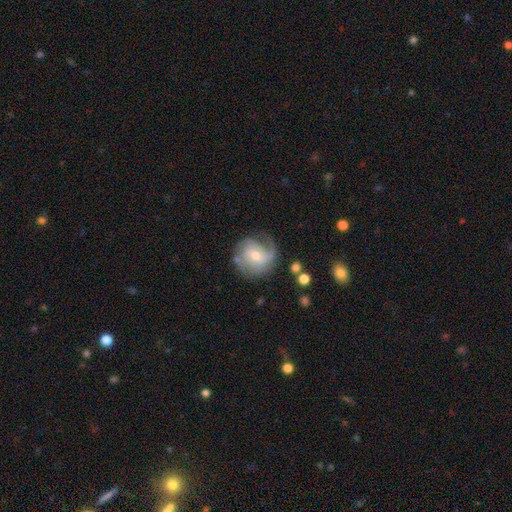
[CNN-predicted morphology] This is likely a featured or disk galaxy (78%). It is clearly not viewed edge-on (98%). Bar: possibly no (46%). Spiral arm pattern: clearly yes (93%). Spiral arm count: marginally 2 (36%). Spiral winding: marginally tight (42%). Central bulge: possibly moderate (53%). Merging: likely none (66%).